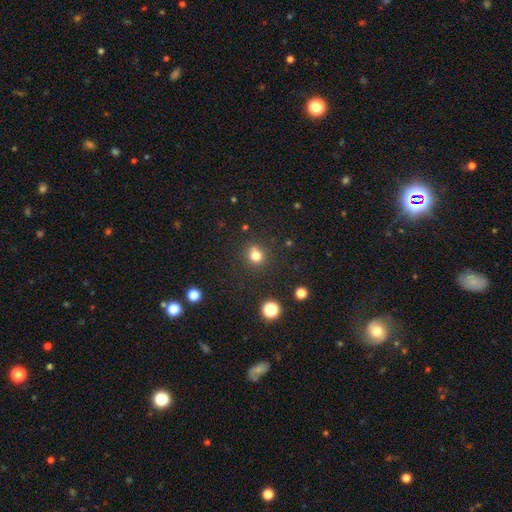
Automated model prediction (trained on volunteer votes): This is likely a smooth galaxy (78%). How rounded: clearly round (85%). Merging: likely none (79%).